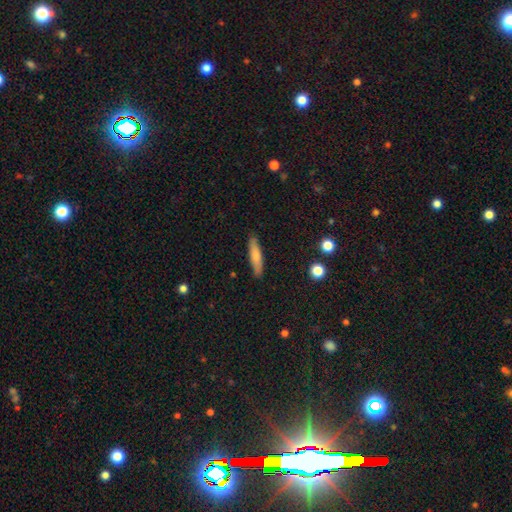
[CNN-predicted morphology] A smooth galaxy with no disk features (73%) that is cigar-shaped (82%).

Vote fractions:
- Smooth or featured? smooth: 73% / featured or disk: 21% / star or artifact: 6%
- How rounded? cigar-shaped: 82% / in between: 17% / round: 2%
- Merging? none: 87% / minor disturbance: 10% / major disturbance: 2% / merger: 1%